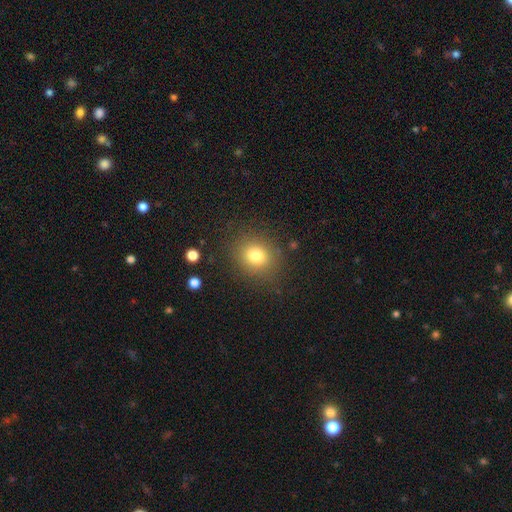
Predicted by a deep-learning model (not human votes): A smooth galaxy with no disk features (78%) that is round (75%).

Vote fractions:
- Smooth or featured? smooth: 78% / star or artifact: 13% / featured or disk: 9%
- How rounded? round: 75% / in between: 24% / cigar-shaped: 1%
- Merging? none: 85% / minor disturbance: 9% / major disturbance: 4% / merger: 2%